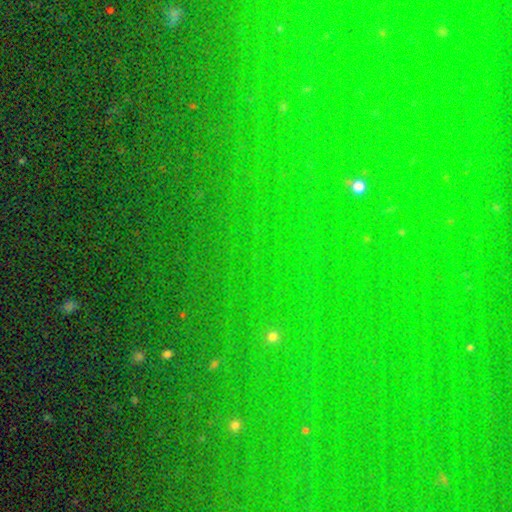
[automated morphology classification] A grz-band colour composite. It shows a star or artifact, not a galaxy (81%).